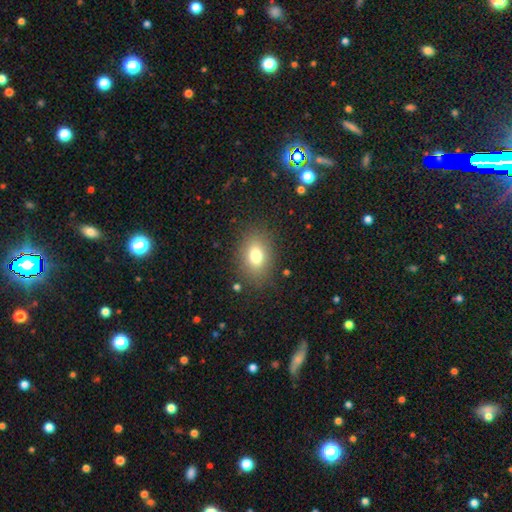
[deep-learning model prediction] A smooth galaxy with no disk features (77%) that is in between round and cigar-shaped (72%). Merging: none (84%).